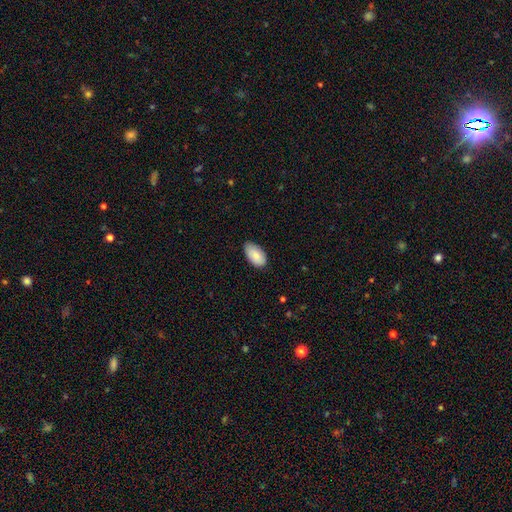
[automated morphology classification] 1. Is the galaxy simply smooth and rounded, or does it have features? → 84% smooth, 10% featured or disk, 6% star or artifact.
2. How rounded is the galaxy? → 95% in between, 4% round, 2% cigar-shaped.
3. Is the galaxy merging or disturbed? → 75% none, 21% minor disturbance, 3% major disturbance, 1% merger.